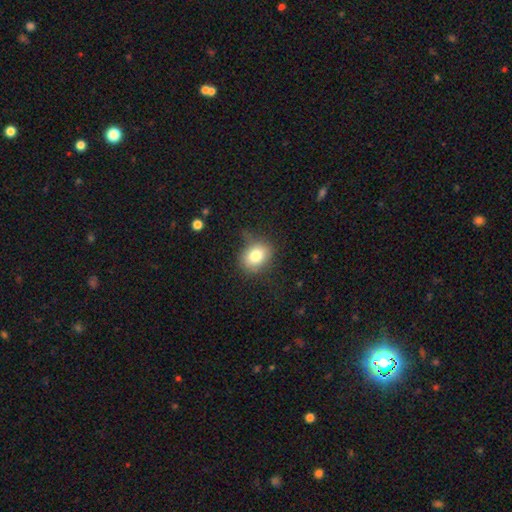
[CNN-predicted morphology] Smooth or featured?
  - smooth: 79% *
  - featured or disk: 11%
  - star or artifact: 10%
How rounded?
  - in between: 53% *
  - round: 46%
  - cigar-shaped: 1%
Merging?
  - none: 70% *
  - minor disturbance: 21%
  - major disturbance: 7%
  - merger: 2%